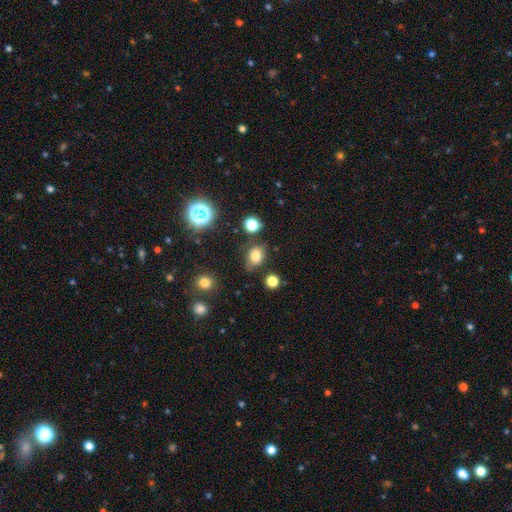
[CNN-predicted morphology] A smooth galaxy with no disk features (77%) that is in between round and cigar-shaped (69%).

Vote fractions:
- Smooth or featured? smooth: 77% / star or artifact: 15% / featured or disk: 8%
- How rounded? in between: 69% / round: 30% / cigar-shaped: 1%
- Merging? none: 70% / minor disturbance: 20% / major disturbance: 5% / merger: 5%